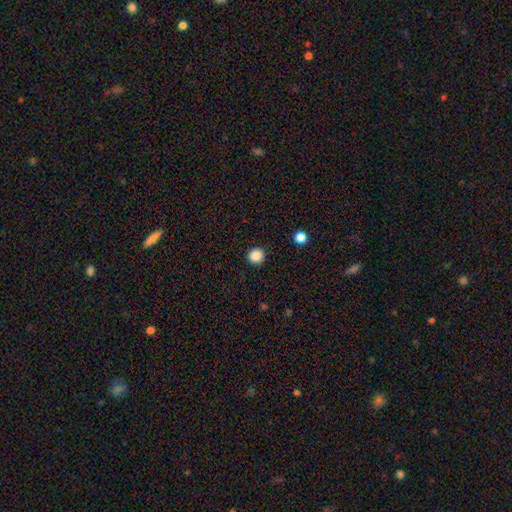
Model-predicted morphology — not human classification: smooth 87%, star or artifact 11%, featured or disk 3%. Down the decision tree: how rounded — round (95%); merging — none (93%).